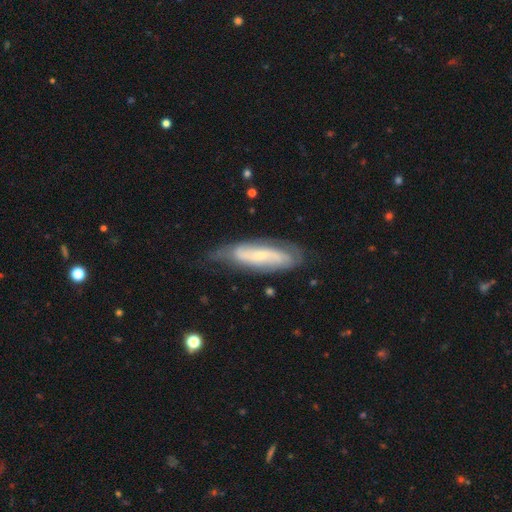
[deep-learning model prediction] smooth-or-featured: featured or disk: 67% | smooth: 26% | star or artifact: 7%
  disk-edge-on: no: 77% | yes: 23%
    bar: no: 42% | weak: 37% | strong: 21%
    has-spiral-arms: yes: 84% | no: 16%
    bulge-size: small: 66% | moderate: 25% | none: 6% | large: 2% | dominant: 1%
  merging: none: 68% | minor disturbance: 24% | major disturbance: 7% | merger: 2%